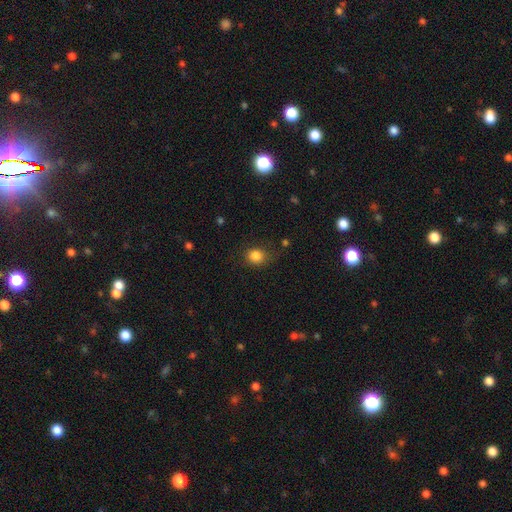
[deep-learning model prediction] smooth-or-featured: smooth: 84% | star or artifact: 11% | featured or disk: 5%
  how-rounded: round: 75% | in between: 24% | cigar-shaped: 1%
  merging: none: 75% | minor disturbance: 17% | major disturbance: 6% | merger: 2%